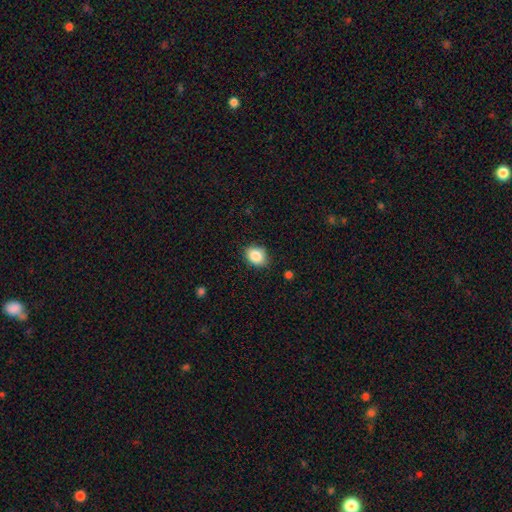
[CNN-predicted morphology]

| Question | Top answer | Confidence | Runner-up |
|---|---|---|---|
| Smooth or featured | smooth | 87% | star or artifact (9%) |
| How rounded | in between | 53% | round (46%) |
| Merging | none | 80% | minor disturbance (16%) |